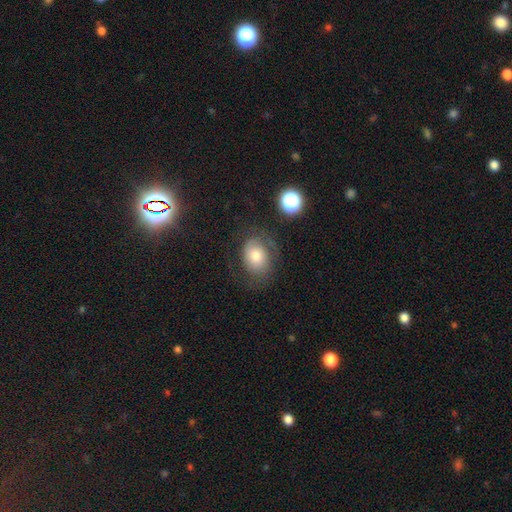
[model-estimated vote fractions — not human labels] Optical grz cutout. It shows a smooth galaxy with no disk features (57%) that is in between round and cigar-shaped (60%). Merging: none (56%).